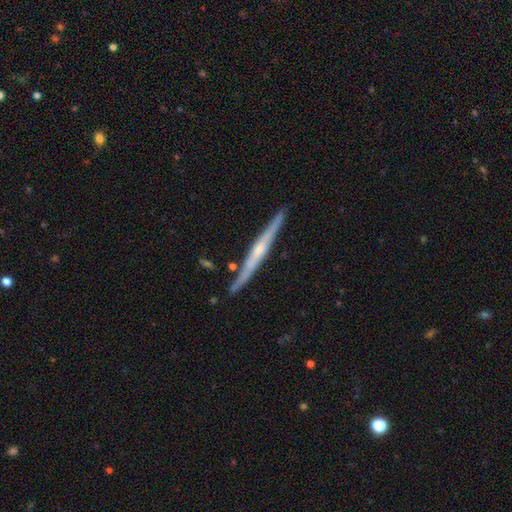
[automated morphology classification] This appears to be a featured or disk galaxy (76%) viewed edge-on (97%) with a rounded central bulge (60%). Merging: none (87%).